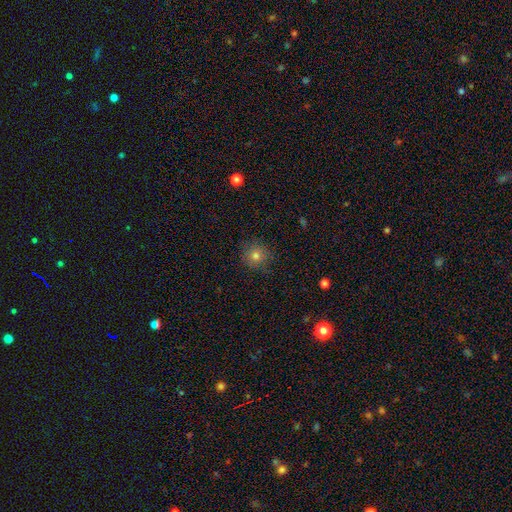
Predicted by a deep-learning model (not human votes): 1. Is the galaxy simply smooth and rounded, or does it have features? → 78% smooth, 14% star or artifact, 9% featured or disk.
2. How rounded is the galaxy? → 92% round, 7% in between, 1% cigar-shaped.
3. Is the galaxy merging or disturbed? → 85% none, 11% minor disturbance, 3% major disturbance, 1% merger.